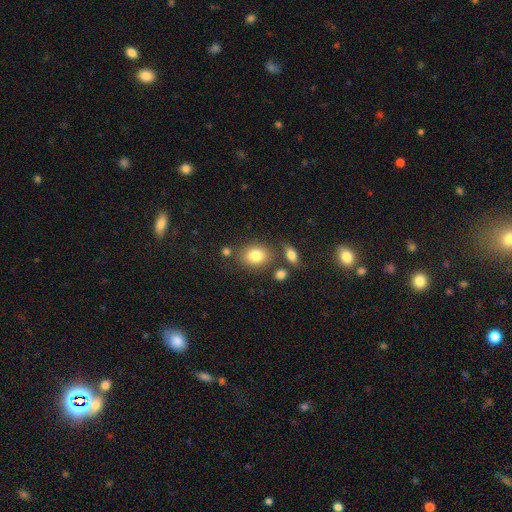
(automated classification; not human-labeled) This appears to be a smooth galaxy with no disk features (82%) that is in between round and cigar-shaped (52%). Merging: none (73%).